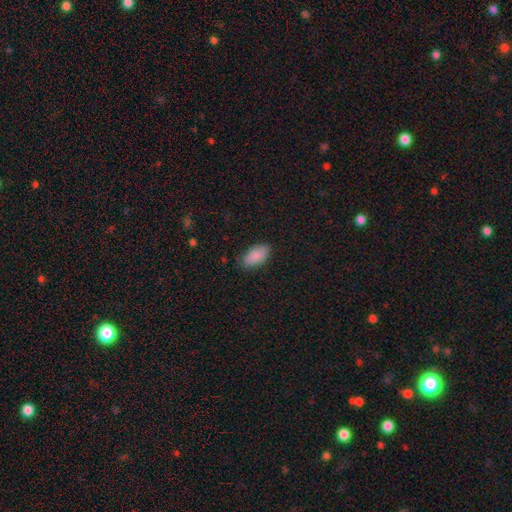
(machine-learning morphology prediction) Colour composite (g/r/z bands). It shows a smooth galaxy with no disk features (88%) that is in between round and cigar-shaped (94%). Merging: none (81%).